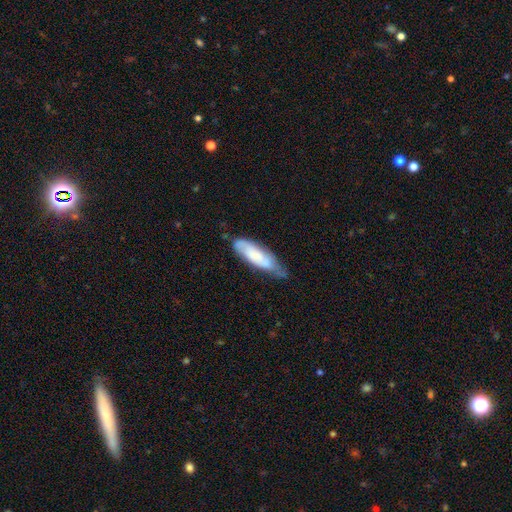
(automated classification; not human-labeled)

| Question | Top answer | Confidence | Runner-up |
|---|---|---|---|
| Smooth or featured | smooth | 58% | featured or disk (36%) |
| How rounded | cigar-shaped | 52% | in between (46%) |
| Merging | none | 48% | minor disturbance (39%) |